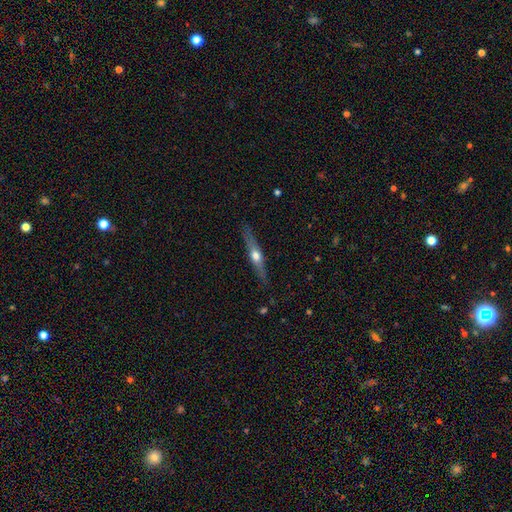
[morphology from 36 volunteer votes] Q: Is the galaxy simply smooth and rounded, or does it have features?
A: featured or disk — 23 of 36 (64%).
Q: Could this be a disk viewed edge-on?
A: yes — 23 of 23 (100%).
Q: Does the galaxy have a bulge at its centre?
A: rounded — 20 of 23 (87%).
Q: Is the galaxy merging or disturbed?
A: none — 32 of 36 (89%).